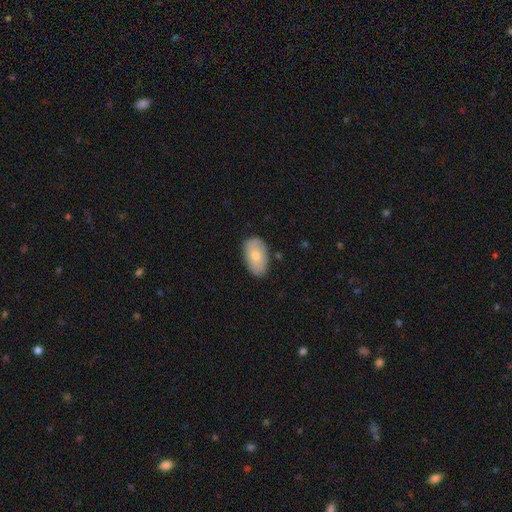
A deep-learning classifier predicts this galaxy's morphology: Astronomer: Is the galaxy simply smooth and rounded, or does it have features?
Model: smooth — 73%.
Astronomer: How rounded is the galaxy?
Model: in between — 92%.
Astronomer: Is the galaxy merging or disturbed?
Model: none — 76%.